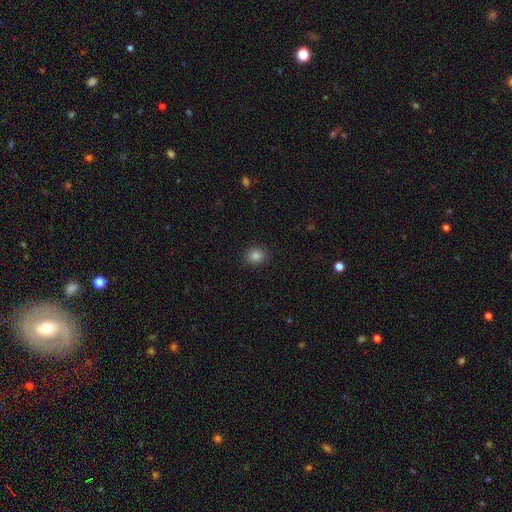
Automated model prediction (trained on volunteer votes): Smooth or featured: smooth — 83% (star or artifact — 12%)
How rounded: round — 79% (in between — 20%)
Merging: none — 91% (minor disturbance — 6%)